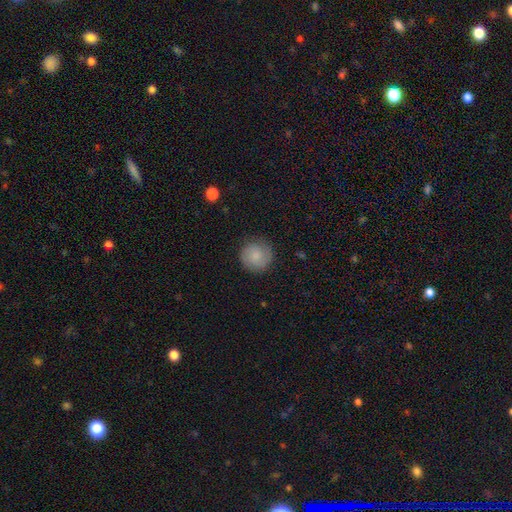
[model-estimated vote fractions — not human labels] Morphology: type=smooth (75%); roundness=round (94%); merging=none (85%).